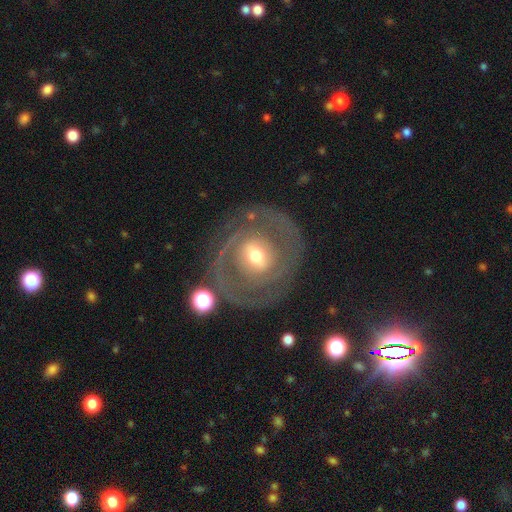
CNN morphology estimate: Smooth or featured: featured or disk — 76% (smooth — 17%)
Edge-on disk: no — 96% (yes — 4%)
Bar: weak — 39% (no — 37%)
Spiral arms: yes — 72% (no — 28%)
Spiral winding: tight — 55% (medium — 32%)
Spiral arm count: 2 — 60% (can't tell — 21%)
Bulge size: moderate — 61% (small — 23%)
Merging: none — 73% (minor disturbance — 13%)